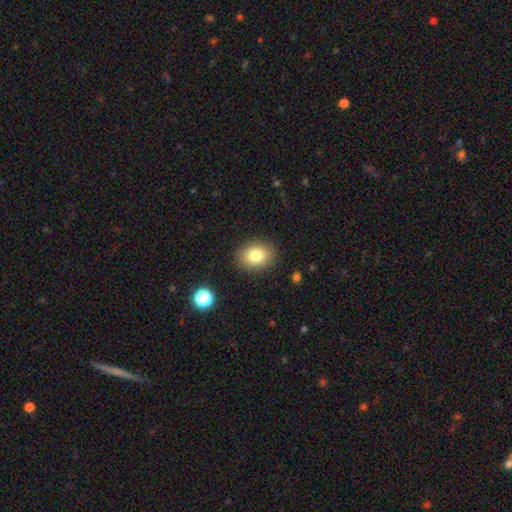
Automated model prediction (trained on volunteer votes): Smooth or featured?
  - smooth: 81% *
  - star or artifact: 10%
  - featured or disk: 9%
How rounded?
  - in between: 53% *
  - round: 46%
  - cigar-shaped: 1%
Merging?
  - none: 87% *
  - minor disturbance: 9%
  - major disturbance: 3%
  - merger: 1%